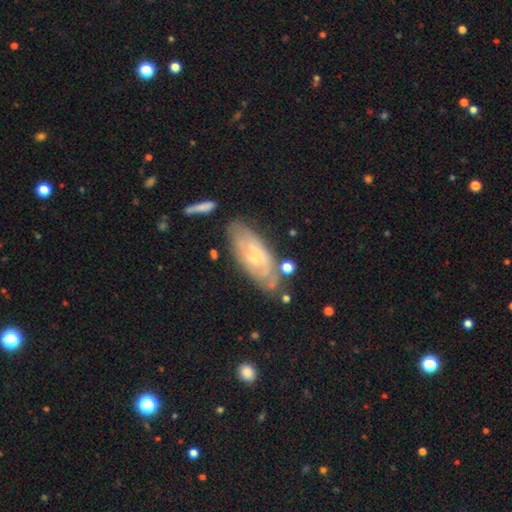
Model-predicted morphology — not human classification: Smooth or featured? Predicted: featured or disk (p=0.59). Edge-on disk? Predicted: no (p=0.83). Merging? Predicted: none (p=0.65).